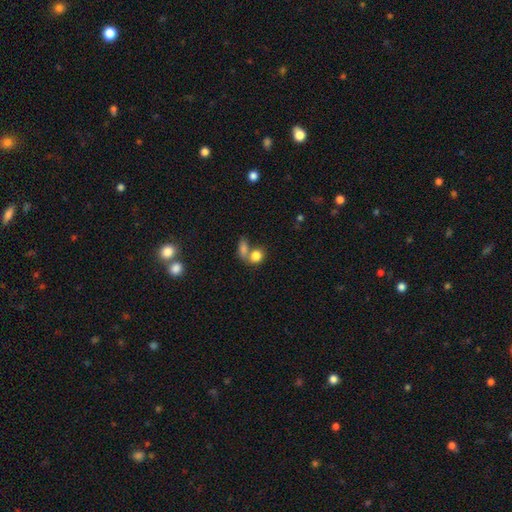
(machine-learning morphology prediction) This appears to be a smooth galaxy with no disk features (82%) that is in between round and cigar-shaped (51%). Merging: merger (51%).